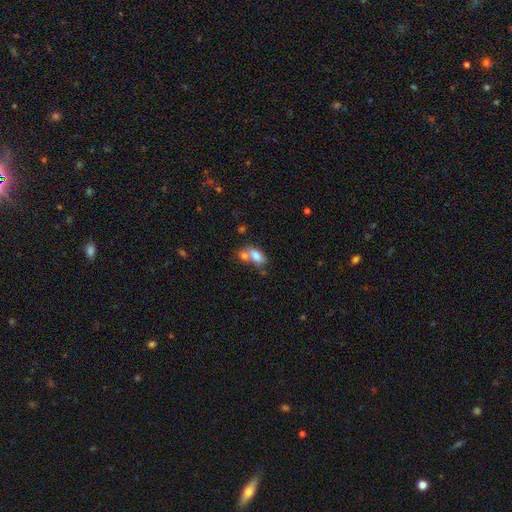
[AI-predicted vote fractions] This appears to be a smooth galaxy with no disk features (78%) that is in between round and cigar-shaped (86%). Merging: merger (53%).